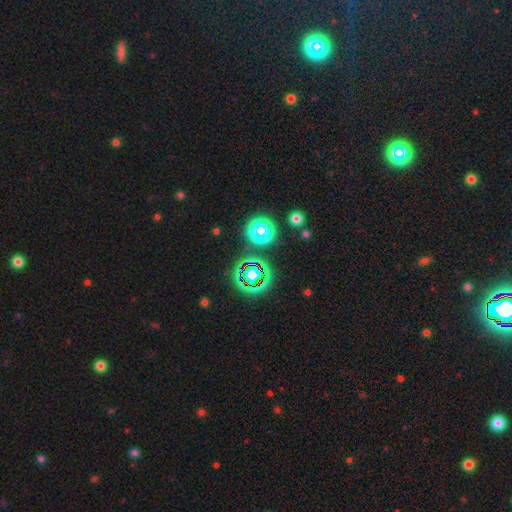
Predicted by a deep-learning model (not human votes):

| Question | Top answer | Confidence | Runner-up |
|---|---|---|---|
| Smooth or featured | star or artifact | 67% | smooth (23%) |